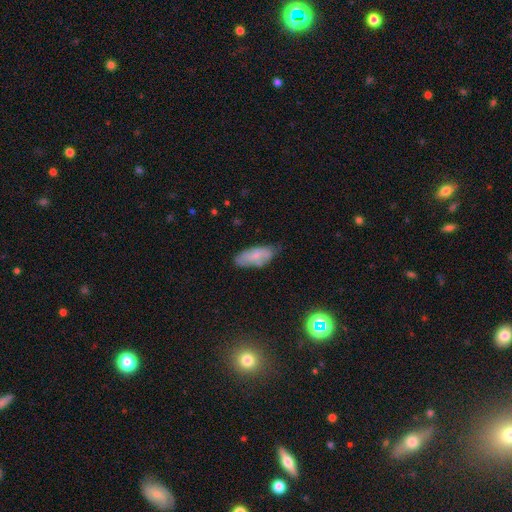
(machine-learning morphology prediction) type=smooth (64%); roundness=in between (81%); merging=none (58%).